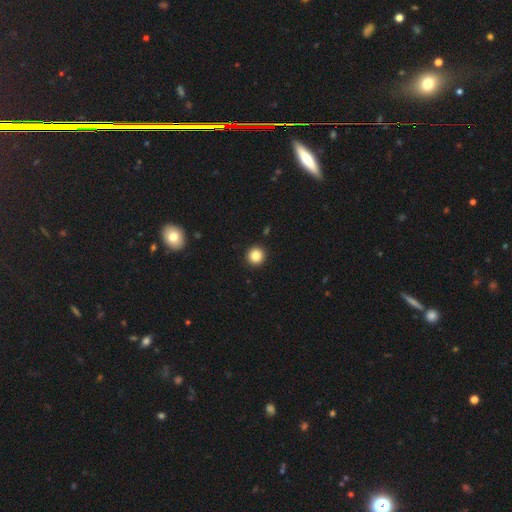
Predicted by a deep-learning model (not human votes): Q: Smooth or featured?
A: smooth (86%); runner-up: star or artifact (10%)
Q: How rounded?
A: round (95%); runner-up: in between (4%)
Q: Merging?
A: none (93%); runner-up: minor disturbance (4%)